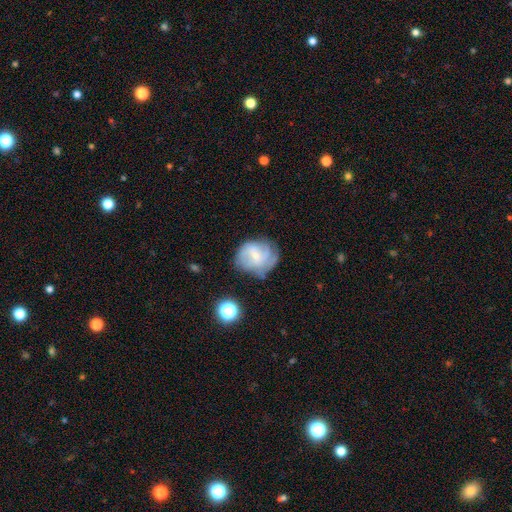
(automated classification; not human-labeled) Q: Smooth or featured?
A: featured or disk (62%); runner-up: smooth (29%)
Q: Edge-on disk?
A: no (97%); runner-up: yes (3%)
Q: Bar?
A: weak (47%); runner-up: no (43%)
Q: Spiral arms?
A: yes (81%); runner-up: no (19%)
Q: Bulge size?
A: small (68%); runner-up: moderate (24%)
Q: Merging?
A: none (52%); runner-up: minor disturbance (28%)